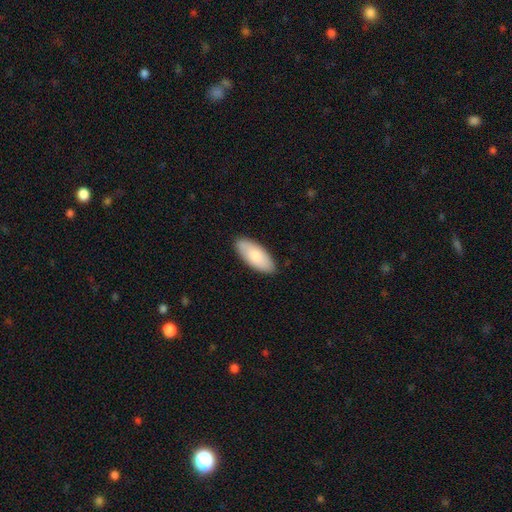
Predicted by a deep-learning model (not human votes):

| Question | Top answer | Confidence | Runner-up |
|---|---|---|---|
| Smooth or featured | smooth | 83% | featured or disk (12%) |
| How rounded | in between | 88% | cigar-shaped (11%) |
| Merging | none | 87% | minor disturbance (10%) |